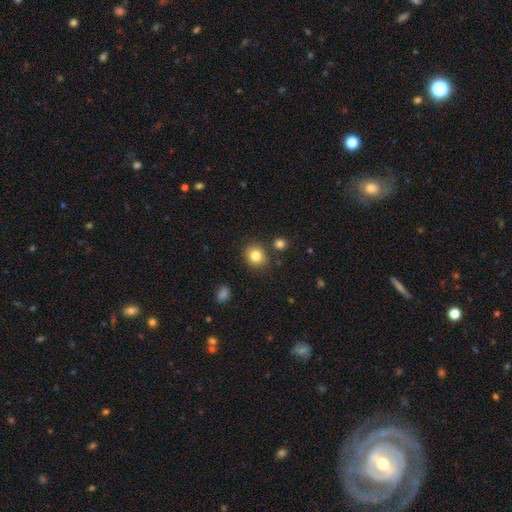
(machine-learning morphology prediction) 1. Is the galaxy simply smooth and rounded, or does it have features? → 83% smooth, 11% star or artifact, 7% featured or disk.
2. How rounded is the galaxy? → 78% round, 21% in between, 1% cigar-shaped.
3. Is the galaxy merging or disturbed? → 84% none, 9% minor disturbance, 5% merger, 3% major disturbance.